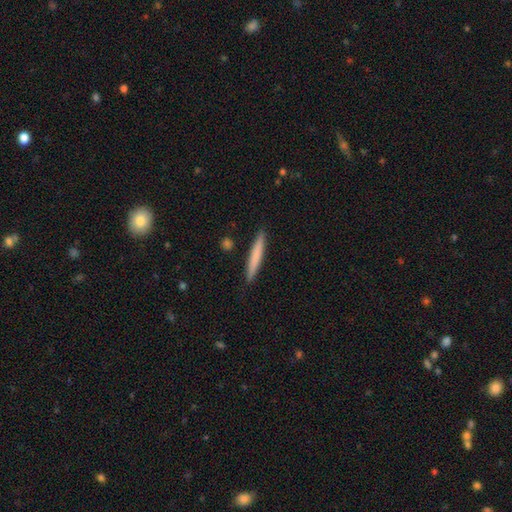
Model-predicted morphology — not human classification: Smooth or featured? smooth (72%)
How rounded? cigar-shaped (96%)
Merging? none (91%)